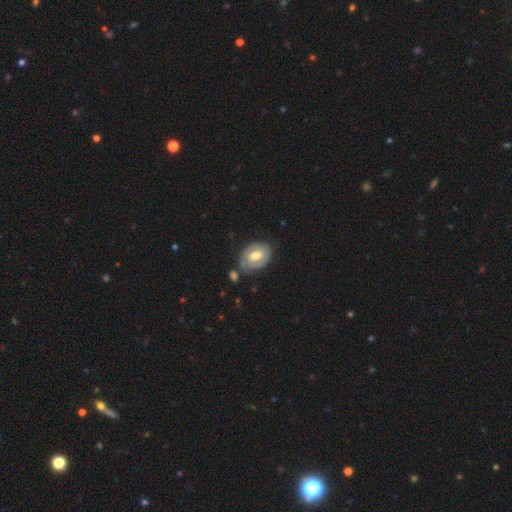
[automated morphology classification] Smooth or featured: featured or disk — 57% (smooth — 37%)
Edge-on disk: no — 95% (yes — 5%)
Bar: weak — 49% (no — 35%)
Spiral arms: yes — 65% (no — 35%)
Bulge size: moderate — 72% (large — 14%)
Merging: none — 66% (minor disturbance — 21%)